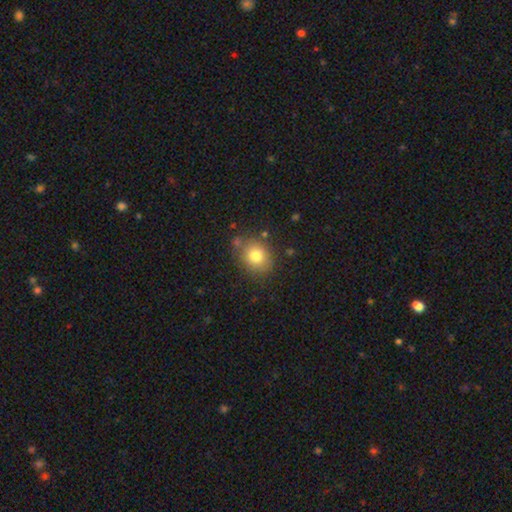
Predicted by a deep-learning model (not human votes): smooth_or_featured: smooth (p=0.79) [alt: star or artifact p=0.11]
how_rounded: round (p=0.68) [alt: in between p=0.32]
merging: none (p=0.78) [alt: minor disturbance p=0.14]